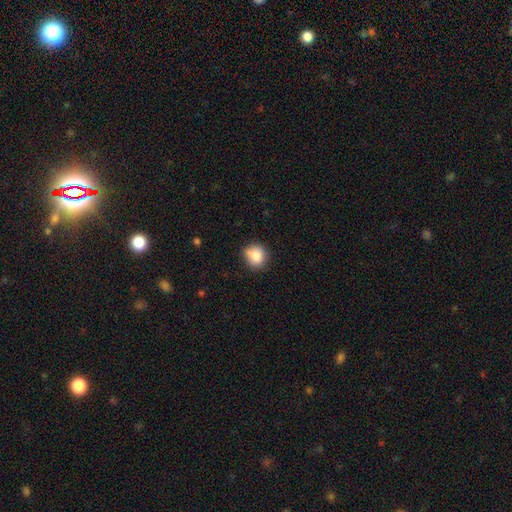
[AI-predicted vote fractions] smooth_or_featured: smooth (p=0.83) [alt: star or artifact p=0.09]
how_rounded: round (p=0.83) [alt: in between p=0.16]
merging: none (p=0.73) [alt: minor disturbance p=0.18]